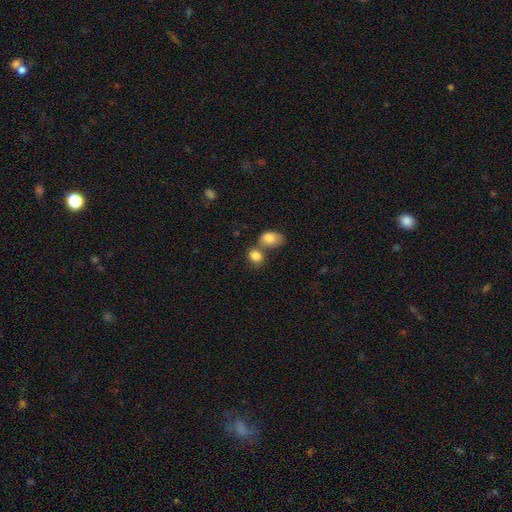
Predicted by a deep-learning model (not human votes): The model was most divided on "merging": merger: 49%, none: 37%, minor disturbance: 10%, major disturbance: 4%. More confident: smooth or featured — smooth (84%); how rounded — in between (58%).